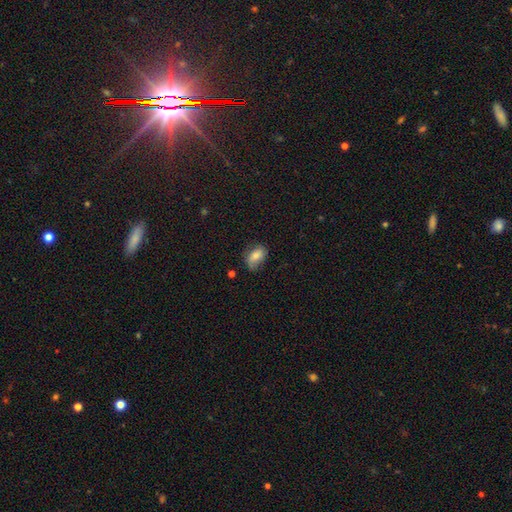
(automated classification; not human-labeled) Smooth or featured: smooth — 74% (featured or disk — 18%)
How rounded: in between — 85% (round — 13%)
Merging: none — 62% (minor disturbance — 29%)